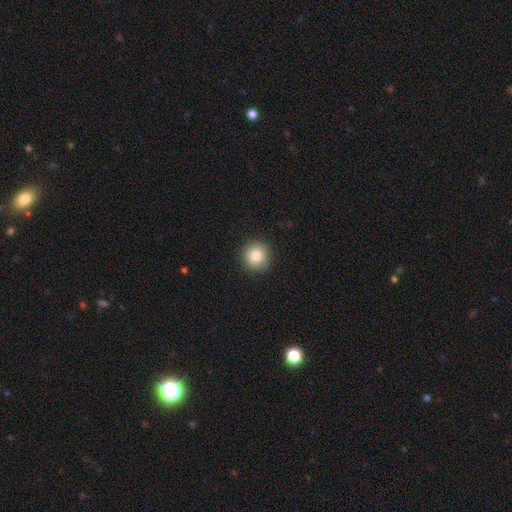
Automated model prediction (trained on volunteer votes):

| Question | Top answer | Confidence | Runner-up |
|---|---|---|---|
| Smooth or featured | smooth | 83% | star or artifact (10%) |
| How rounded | round | 94% | in between (5%) |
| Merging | none | 91% | minor disturbance (6%) |